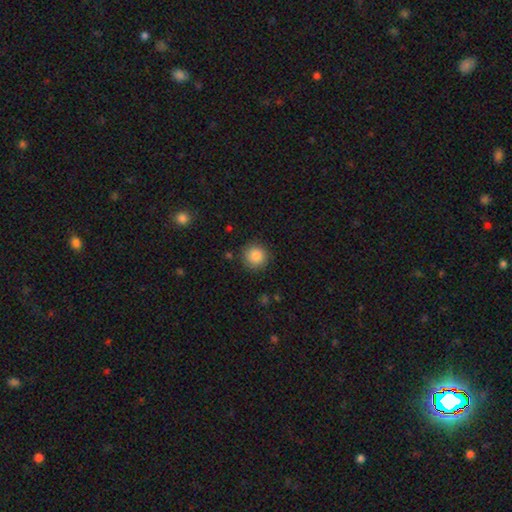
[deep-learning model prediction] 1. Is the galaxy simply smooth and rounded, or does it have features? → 86% smooth, 9% star or artifact, 5% featured or disk.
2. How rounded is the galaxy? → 95% round, 4% in between, 1% cigar-shaped.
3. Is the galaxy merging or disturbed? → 89% none, 7% minor disturbance, 2% major disturbance, 1% merger.